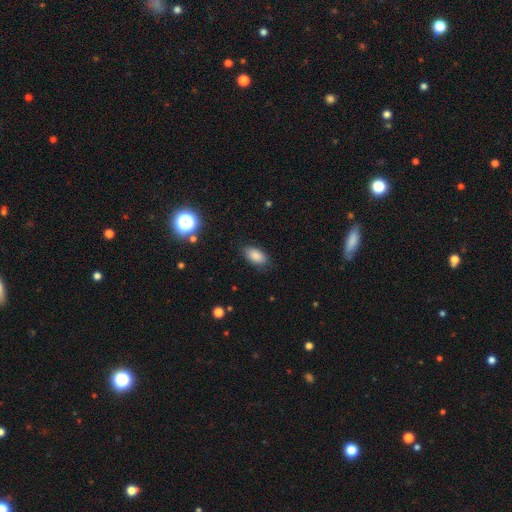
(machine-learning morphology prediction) This appears to be a smooth galaxy with no disk features (86%) that is in between round and cigar-shaped (92%). Merging: none (84%).